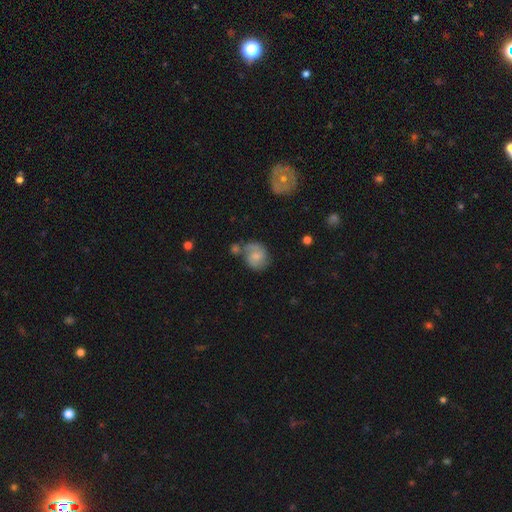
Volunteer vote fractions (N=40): A smooth galaxy with no disk features (55%) that is round (86%).

Vote fractions:
- Smooth or featured? smooth: 55% / featured or disk: 45% / star or artifact: 0%
- How rounded? round: 86% / in between: 14% / cigar-shaped: 0%
- Merging? none: 65% / minor disturbance: 18% / merger: 18% / major disturbance: 0%